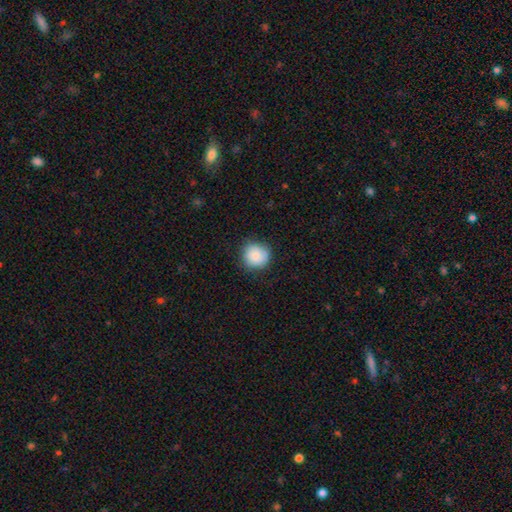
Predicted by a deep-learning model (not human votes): Q: Smooth or featured?
A: smooth (84%); runner-up: featured or disk (8%)
Q: How rounded?
A: round (92%); runner-up: in between (7%)
Q: Merging?
A: none (80%); runner-up: minor disturbance (16%)